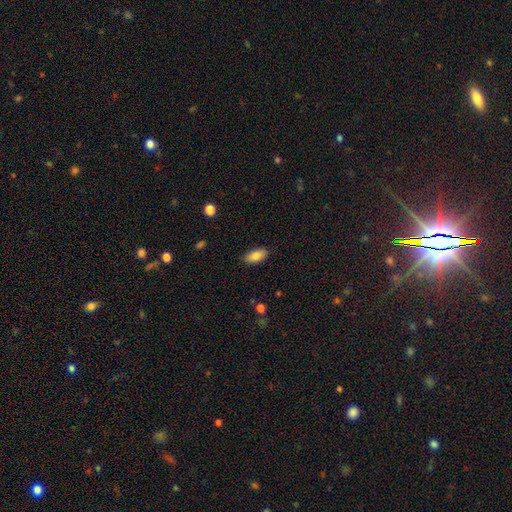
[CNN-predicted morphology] Smooth or featured?
  - smooth: 84% *
  - featured or disk: 9%
  - star or artifact: 7%
How rounded?
  - in between: 88% *
  - cigar-shaped: 9%
  - round: 2%
Merging?
  - none: 87% *
  - minor disturbance: 9%
  - major disturbance: 2%
  - merger: 1%